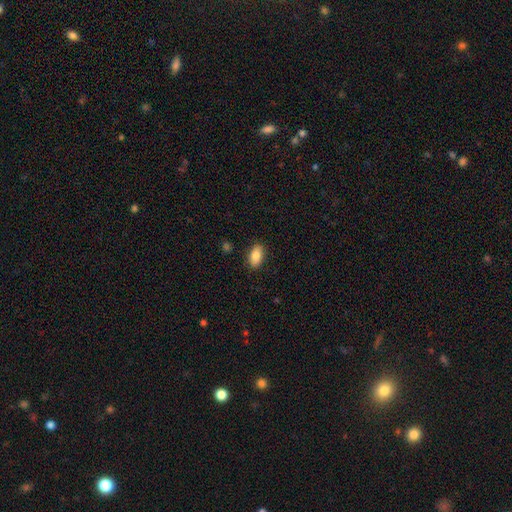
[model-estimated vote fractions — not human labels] Overall: smooth (85%). How rounded: in between (92%). Merging: none (88%).